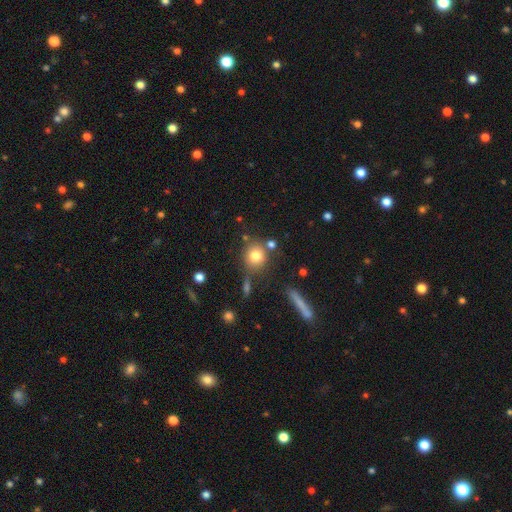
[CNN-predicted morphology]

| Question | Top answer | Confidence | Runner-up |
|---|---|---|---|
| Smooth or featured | smooth | 79% | star or artifact (11%) |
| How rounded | round | 84% | in between (14%) |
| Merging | none | 71% | minor disturbance (12%) |